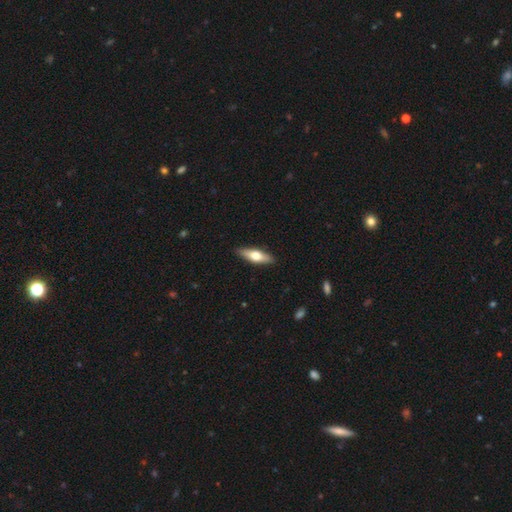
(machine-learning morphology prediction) smooth-or-featured: smooth: 54% | featured or disk: 41% | star or artifact: 5%
  how-rounded: cigar-shaped: 53% | in between: 45% | round: 2%
  merging: none: 89% | minor disturbance: 8% | major disturbance: 2% | merger: 1%